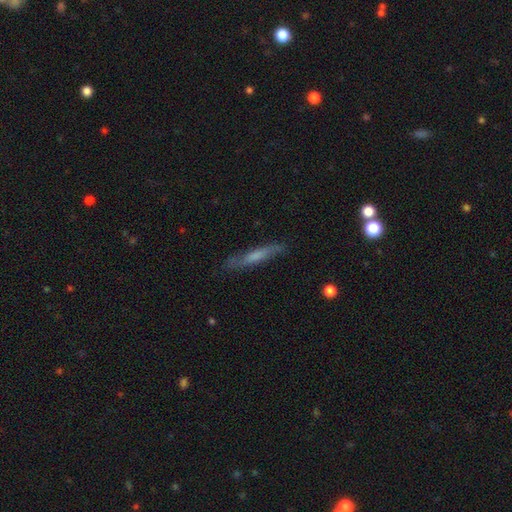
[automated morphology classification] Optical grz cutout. It shows a smooth galaxy with no disk features (48%). Merging: none (81%).